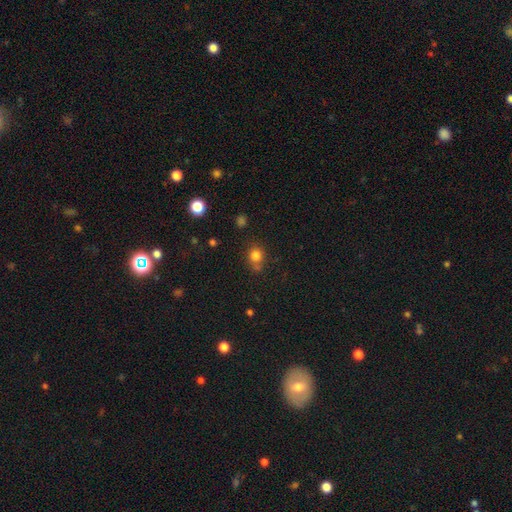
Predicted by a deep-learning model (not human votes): smooth-or-featured: smooth: 80% | star or artifact: 13% | featured or disk: 7%
  how-rounded: round: 81% | in between: 18% | cigar-shaped: 1%
  merging: none: 65% | merger: 16% | minor disturbance: 14% | major disturbance: 5%